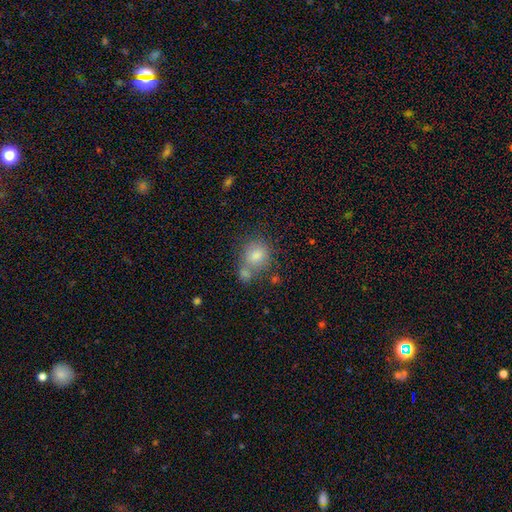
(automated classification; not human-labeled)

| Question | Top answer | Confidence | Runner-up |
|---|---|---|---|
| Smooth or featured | smooth | 79% | star or artifact (11%) |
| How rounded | round | 73% | in between (26%) |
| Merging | none | 52% | merger (32%) |